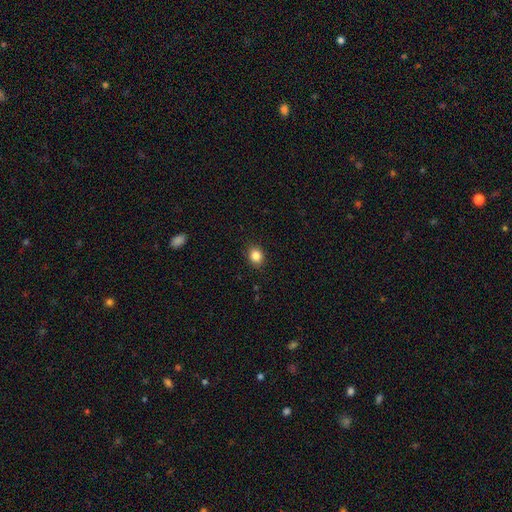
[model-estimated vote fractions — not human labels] Smooth or featured?
  - smooth: 85% *
  - star or artifact: 10%
  - featured or disk: 5%
How rounded?
  - round: 61% *
  - in between: 38%
  - cigar-shaped: 1%
Merging?
  - none: 88% *
  - minor disturbance: 9%
  - major disturbance: 2%
  - merger: 1%